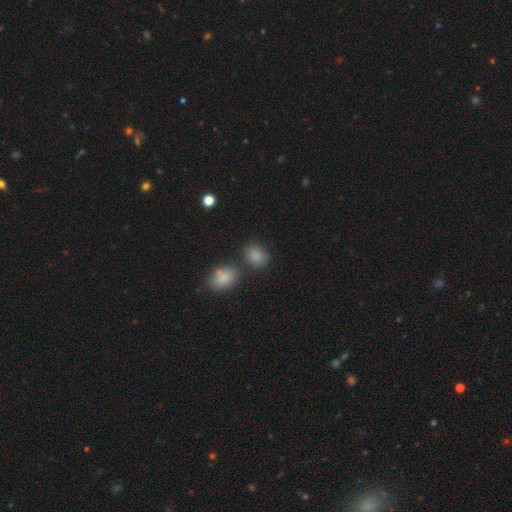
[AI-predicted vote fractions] This appears to be a smooth galaxy with no disk features (84%) that is in between round and cigar-shaped (54%). Merging: none (68%).